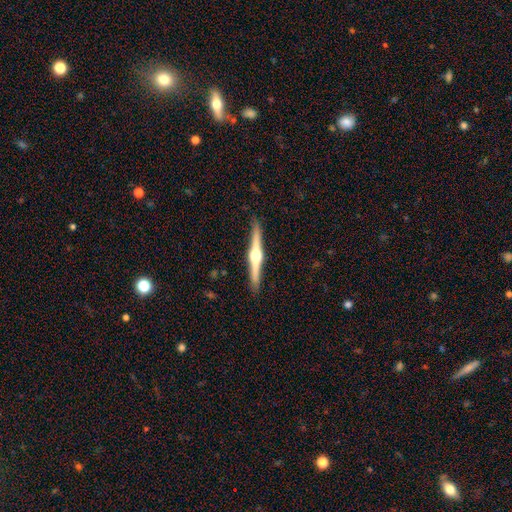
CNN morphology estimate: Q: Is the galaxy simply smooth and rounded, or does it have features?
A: featured or disk — 82%.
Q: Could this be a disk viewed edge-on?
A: yes — 99%.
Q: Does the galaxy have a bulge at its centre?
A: rounded — 96%.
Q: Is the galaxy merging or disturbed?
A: none — 91%.